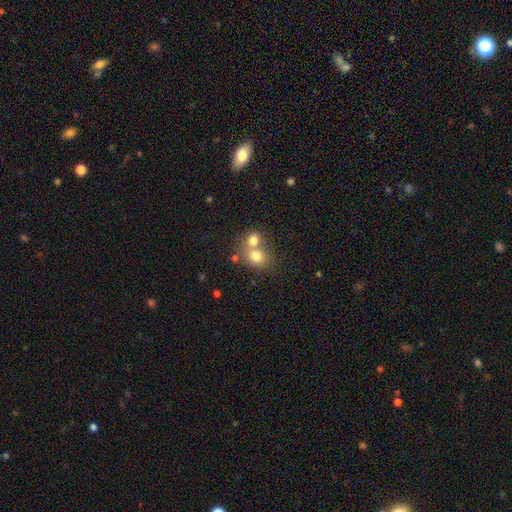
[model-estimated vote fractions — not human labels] Smooth or featured: smooth — 75% (featured or disk — 14%)
How rounded: round — 64% (in between — 35%)
Merging: merger — 55% (none — 35%)